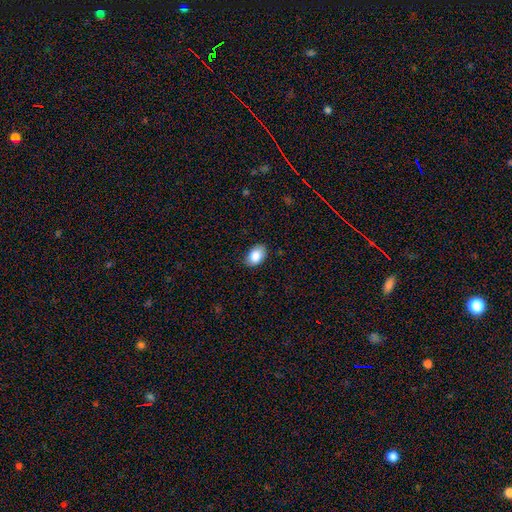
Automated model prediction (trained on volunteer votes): Q: Smooth or featured?
A: smooth (86%); runner-up: star or artifact (8%)
Q: How rounded?
A: in between (86%); runner-up: round (13%)
Q: Merging?
A: none (80%); runner-up: minor disturbance (16%)